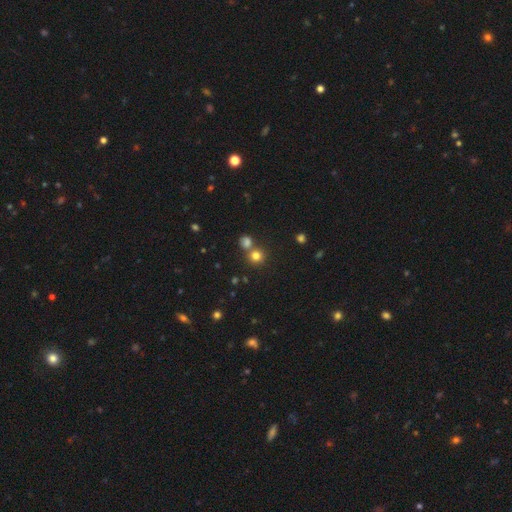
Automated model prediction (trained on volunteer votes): This appears to be a smooth galaxy with no disk features (77%) that is round (91%). Merging: none (64%).